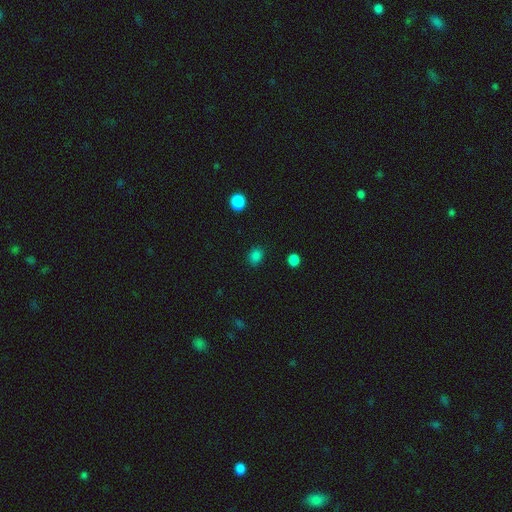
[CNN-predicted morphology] smooth_or_featured: smooth (p=0.84) [alt: star or artifact p=0.13]
how_rounded: round (p=0.52) [alt: in between p=0.47]
merging: none (p=0.87) [alt: minor disturbance p=0.09]